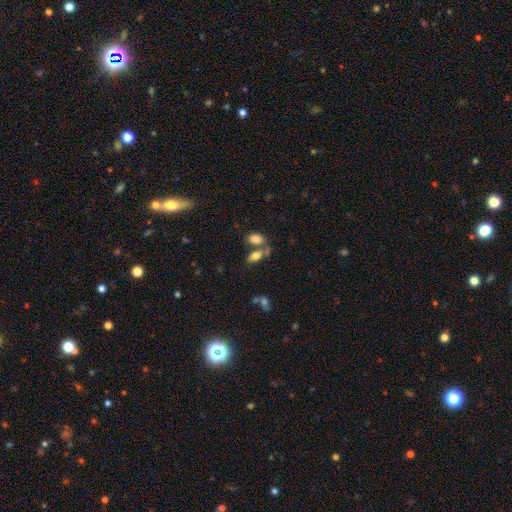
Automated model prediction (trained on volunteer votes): Smooth or featured? Predicted: smooth (p=0.78). How rounded? Predicted: in between (p=0.88). Merging? Predicted: none (p=0.48).